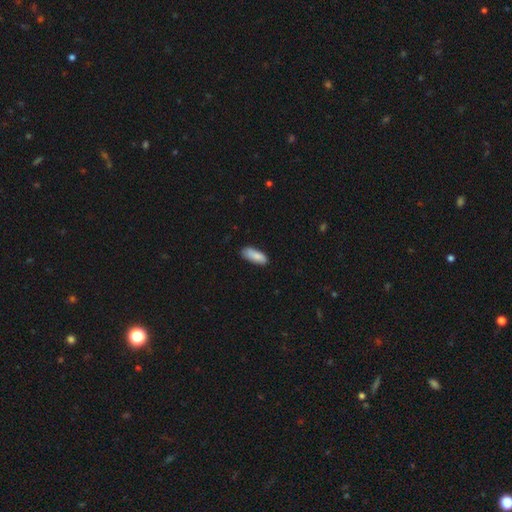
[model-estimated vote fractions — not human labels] A smooth galaxy with no disk features (86%) that is in between round and cigar-shaped (73%).

Vote fractions:
- Smooth or featured? smooth: 86% / featured or disk: 7% / star or artifact: 6%
- How rounded? in between: 73% / cigar-shaped: 25% / round: 2%
- Merging? none: 76% / minor disturbance: 20% / major disturbance: 3% / merger: 2%